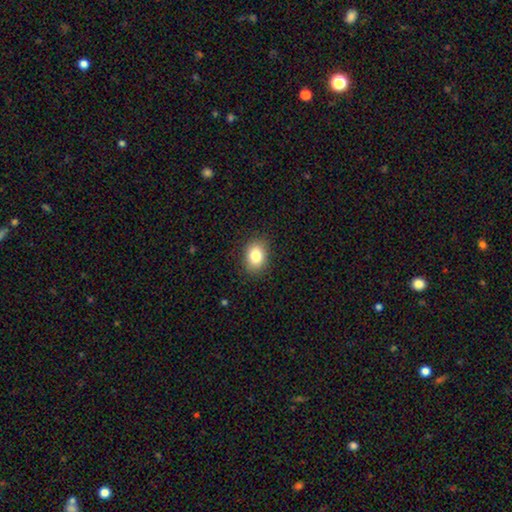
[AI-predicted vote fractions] Overall: smooth (83%). How rounded: in between (68%; round 31%). Merging: none (88%).